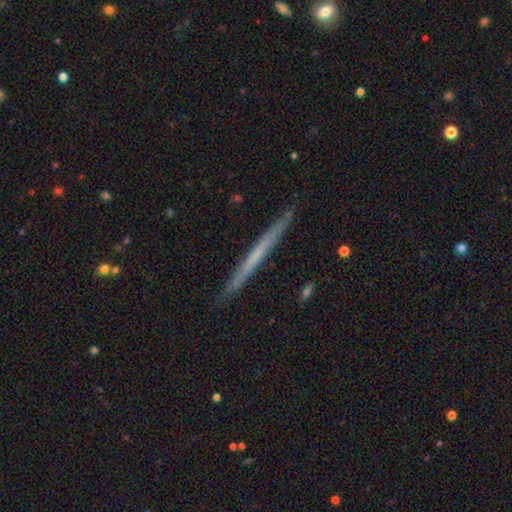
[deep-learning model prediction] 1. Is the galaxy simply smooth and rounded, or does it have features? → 52% featured or disk, 43% smooth, 6% star or artifact.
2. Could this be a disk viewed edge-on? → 98% yes, 2% no.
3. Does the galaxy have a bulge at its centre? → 92% none, 5% rounded, 3% boxy.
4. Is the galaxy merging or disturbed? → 92% none, 6% minor disturbance, 1% major disturbance, 1% merger.